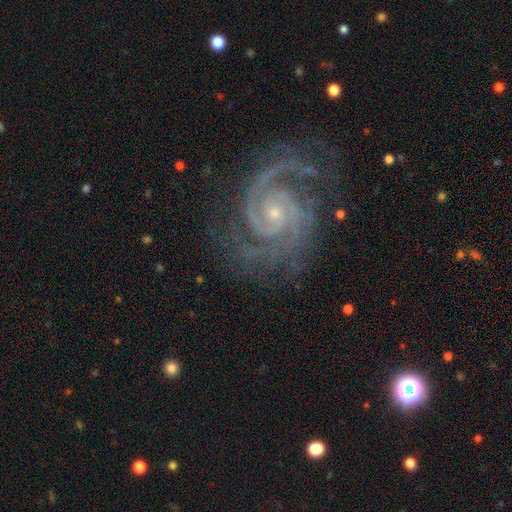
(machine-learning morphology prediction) A featured or disk galaxy (93%) with no bar (64%), 2 (71%) tight (64%) spiral arms (99%) and a small central bulge (78%).

Vote fractions:
- Smooth or featured? featured or disk: 93% / star or artifact: 5% / smooth: 2%
- Edge-on disk? no: 98% / yes: 2%
- Bar? no: 64% / weak: 26% / strong: 10%
- Spiral arms? yes: 99% / no: 1%
- Spiral winding? tight: 64% / medium: 32% / loose: 4%
- Spiral arm count? 2: 71% / 3: 12% / can't tell: 5% / 4: 4% / more than 4: 4% / 1: 4%
- Bulge size? small: 78% / moderate: 18% / none: 2% / large: 1% / dominant: 1%
- Merging? none: 77% / minor disturbance: 15% / major disturbance: 6% / merger: 1%